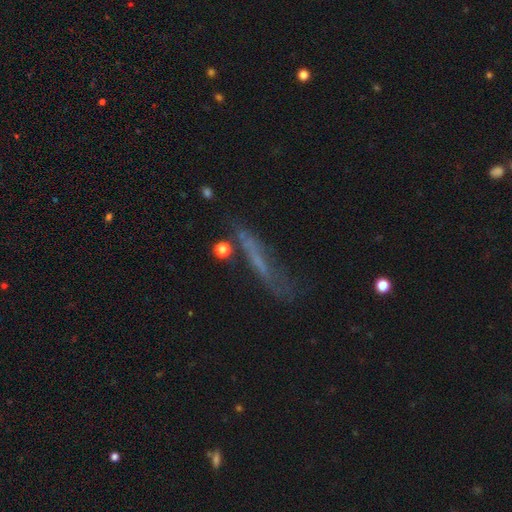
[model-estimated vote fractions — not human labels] A smooth galaxy with no disk features (42%, tied with featured or disk). Merging: none (50%).